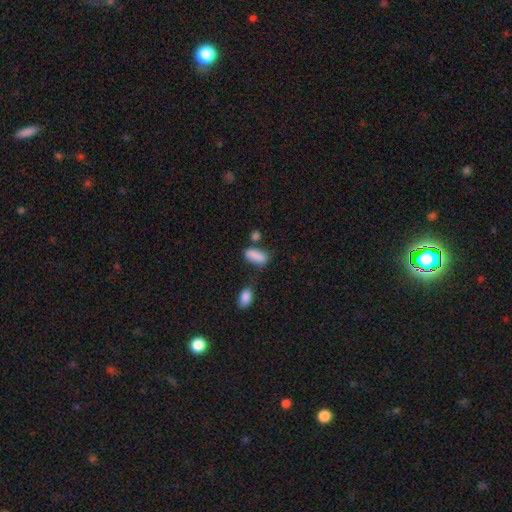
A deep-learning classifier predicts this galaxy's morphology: Smooth or featured: smooth — 85% (star or artifact — 9%)
How rounded: in between — 80% (cigar-shaped — 17%)
Merging: none — 55% (minor disturbance — 22%)